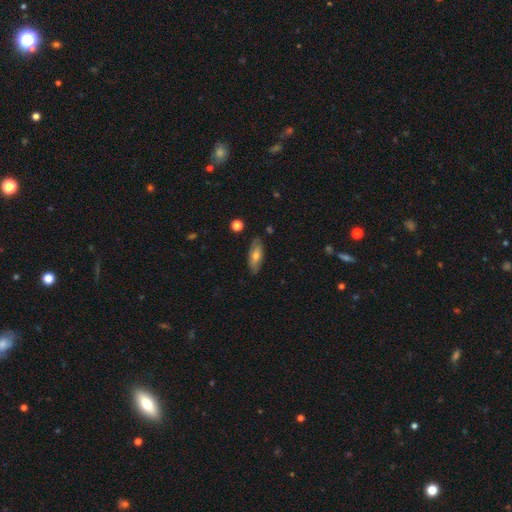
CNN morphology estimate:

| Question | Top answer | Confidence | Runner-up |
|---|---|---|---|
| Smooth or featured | smooth | 57% | featured or disk (36%) |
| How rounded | in between | 72% | cigar-shaped (25%) |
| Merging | none | 83% | minor disturbance (13%) |